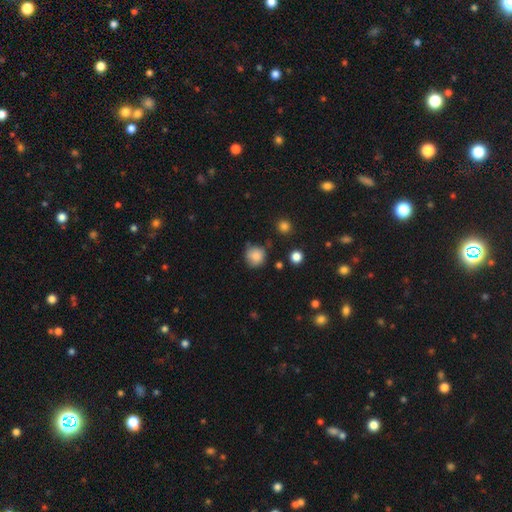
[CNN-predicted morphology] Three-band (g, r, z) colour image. It shows a smooth galaxy with no disk features (83%) that is round (86%). Merging: none (66%).